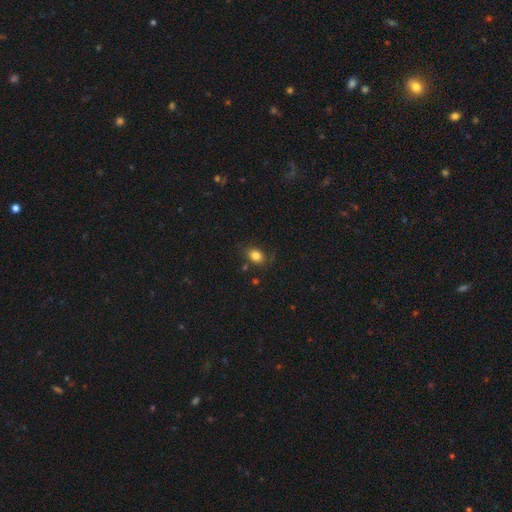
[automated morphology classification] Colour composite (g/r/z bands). It shows a smooth galaxy with no disk features (81%) that is in between round and cigar-shaped (70%). Merging: none (75%).